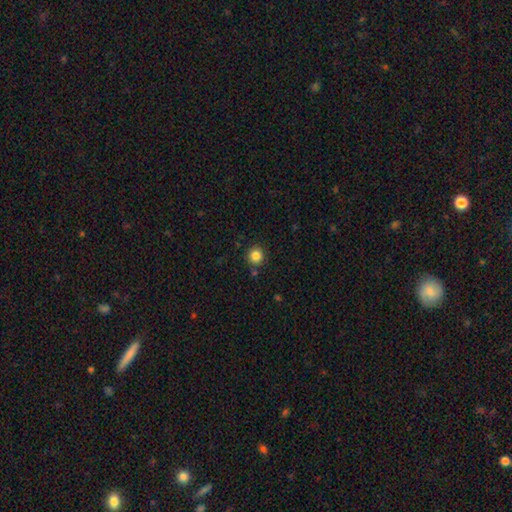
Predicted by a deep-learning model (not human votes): Morphology: type=smooth (84%); roundness=round (92%); merging=none (85%).